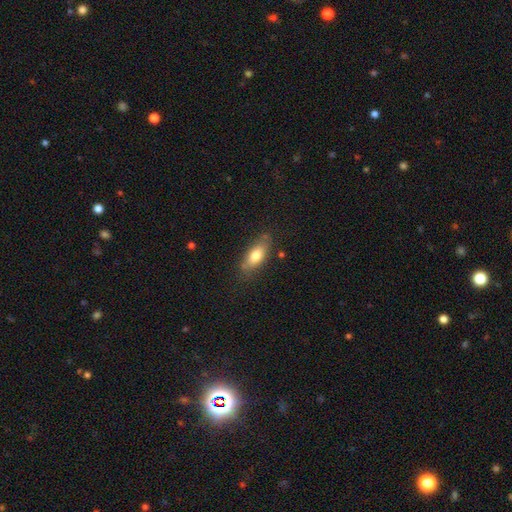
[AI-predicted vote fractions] smooth_or_featured: smooth (p=0.74) [alt: featured or disk p=0.19]
how_rounded: in between (p=0.80) [alt: cigar-shaped p=0.16]
merging: none (p=0.76) [alt: minor disturbance p=0.18]